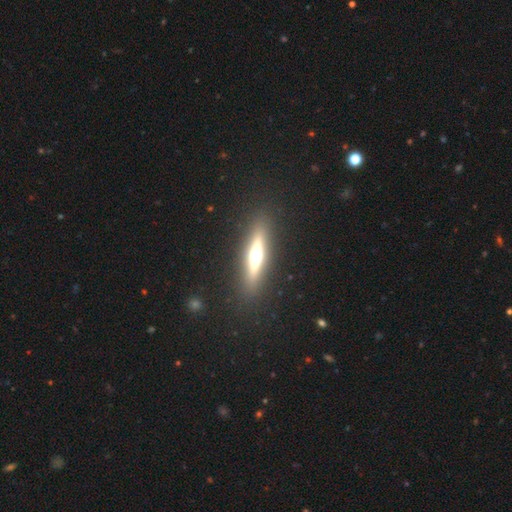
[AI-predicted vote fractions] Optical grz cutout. It shows a featured or disk galaxy (63%) viewed edge-on (93%) with a rounded central bulge (91%). Merging: none (89%).